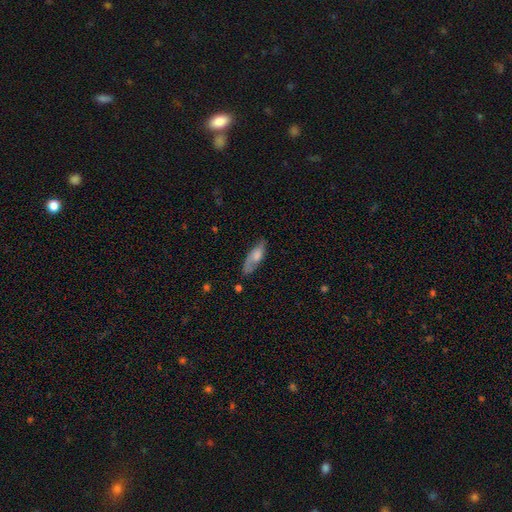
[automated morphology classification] Overall: smooth (63%; featured or disk 31%). How rounded: in between (64%; cigar-shaped 34%). Merging: none (62%; minor disturbance 26%).